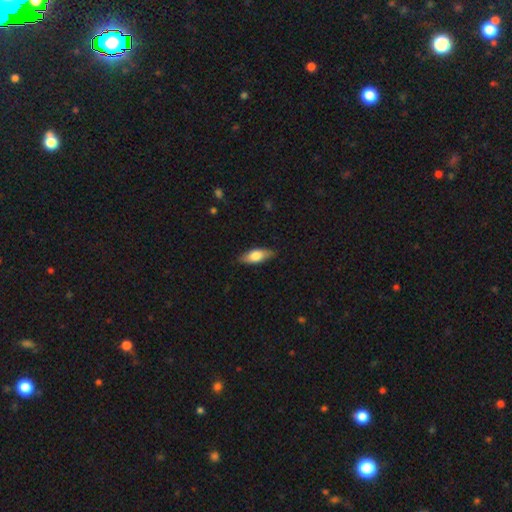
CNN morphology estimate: A smooth galaxy with no disk features (71%) that is in between round and cigar-shaped (73%).

Vote fractions:
- Smooth or featured? smooth: 71% / featured or disk: 24% / star or artifact: 6%
- How rounded? in between: 73% / cigar-shaped: 24% / round: 3%
- Merging? none: 85% / minor disturbance: 11% / major disturbance: 2% / merger: 1%